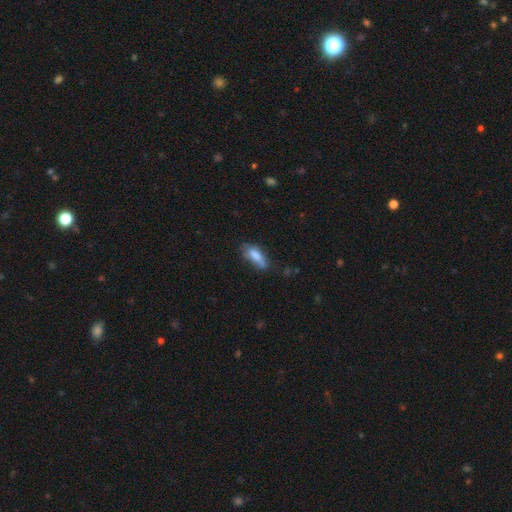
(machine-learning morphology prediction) Smooth or featured? smooth (76%)
How rounded? in between (67%)
Merging? none (46%)